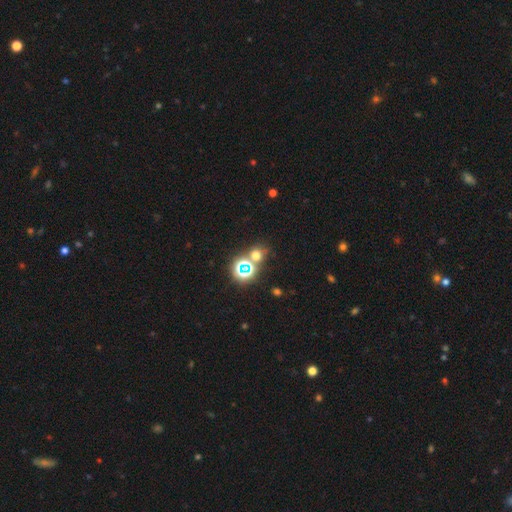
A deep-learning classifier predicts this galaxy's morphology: Smooth or featured: smooth — 47% (star or artifact — 45%)
Merging: none — 65% (merger — 21%)